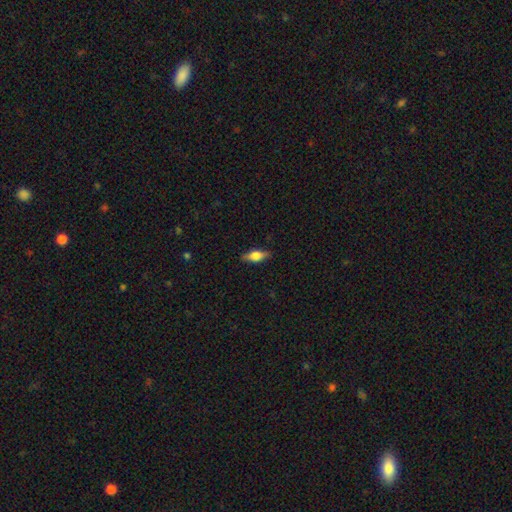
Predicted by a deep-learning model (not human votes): smooth_or_featured: smooth (p=0.56) [alt: featured or disk p=0.37]
how_rounded: in between (p=0.68) [alt: cigar-shaped p=0.28]
merging: none (p=0.85) [alt: minor disturbance p=0.11]